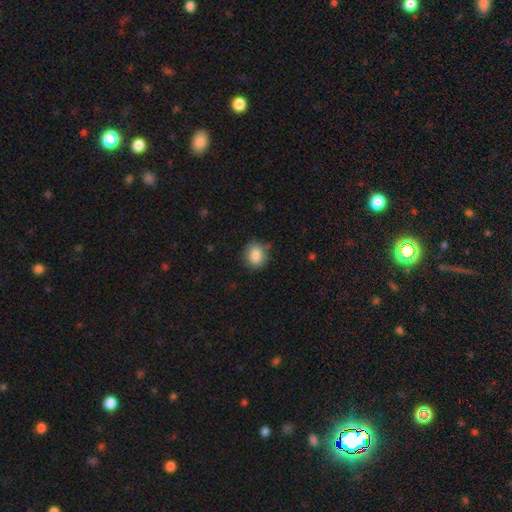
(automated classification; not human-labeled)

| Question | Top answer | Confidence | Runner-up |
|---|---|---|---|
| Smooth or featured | smooth | 85% | star or artifact (9%) |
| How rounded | round | 72% | in between (27%) |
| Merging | none | 81% | minor disturbance (14%) |